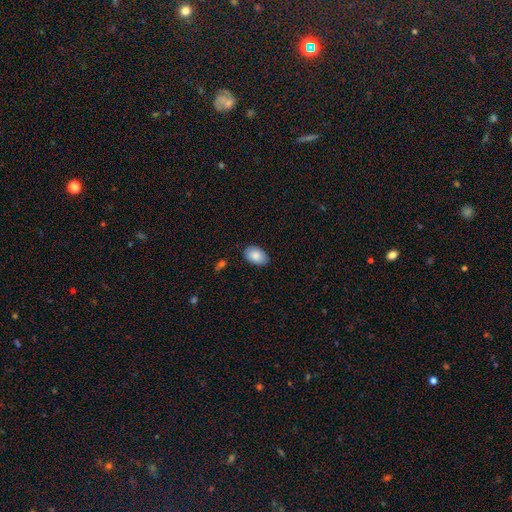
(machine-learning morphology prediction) Q: Smooth or featured?
A: smooth (87%); runner-up: star or artifact (7%)
Q: How rounded?
A: in between (90%); runner-up: round (9%)
Q: Merging?
A: none (85%); runner-up: minor disturbance (11%)